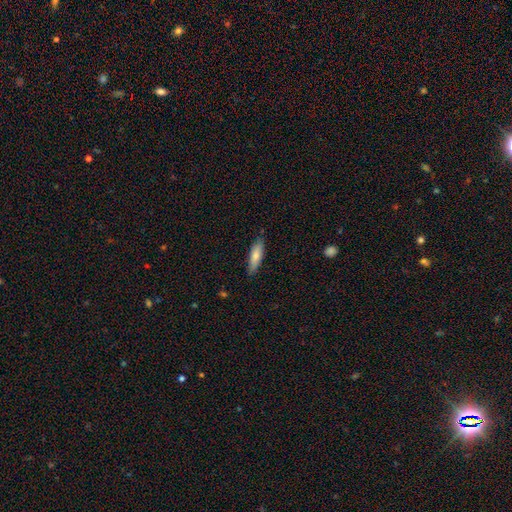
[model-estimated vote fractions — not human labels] This is likely a smooth galaxy (74%). How rounded: possibly cigar-shaped (59%). Merging: likely none (79%).